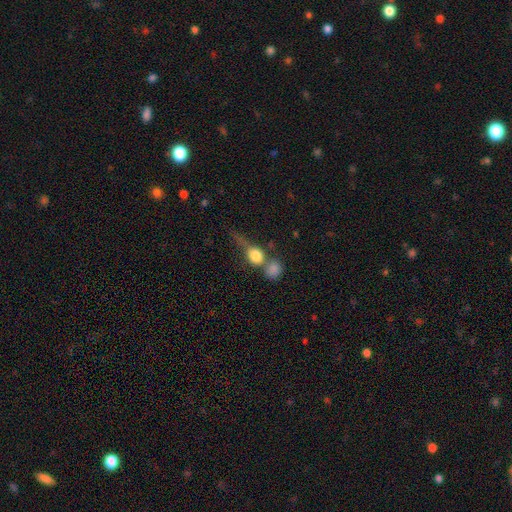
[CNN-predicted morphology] Smooth or featured? smooth (74%)
How rounded? round (64%)
Merging? merger (44%)